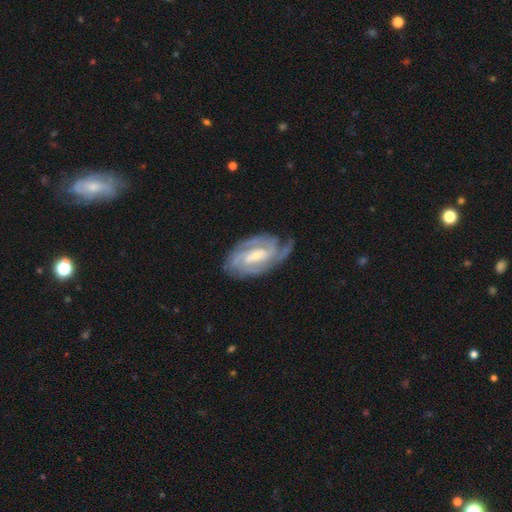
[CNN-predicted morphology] Smooth or featured?
  - featured or disk: 90% *
  - smooth: 6%
  - star or artifact: 4%
Edge-on disk?
  - no: 96% *
  - yes: 4%
Bar?
  - weak: 45% *
  - strong: 29%
  - no: 25%
Spiral arms?
  - yes: 97% *
  - no: 3%
Spiral winding?
  - tight: 65% *
  - medium: 30%
  - loose: 5%
Spiral arm count?
  - 2: 40% *
  - 3: 26%
  - can't tell: 17%
  - 4: 9%
  - 1: 5%
  - more than 4: 4%
Bulge size?
  - small: 58% *
  - moderate: 38%
  - large: 2%
  - none: 2%
  - dominant: 1%
Merging?
  - none: 71% *
  - minor disturbance: 20%
  - major disturbance: 7%
  - merger: 2%